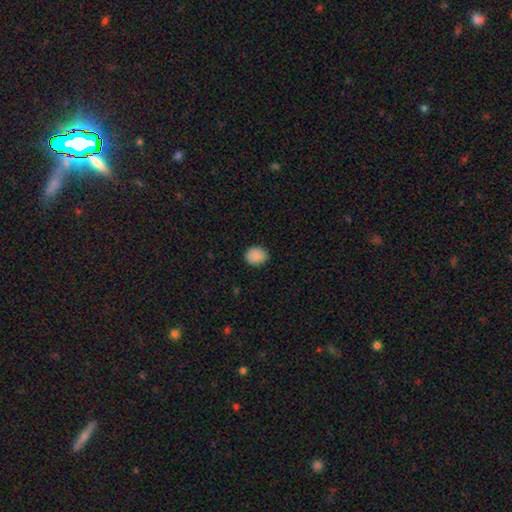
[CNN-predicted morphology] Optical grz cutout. It shows a smooth galaxy with no disk features (89%) that is round (73%). Merging: none (87%).